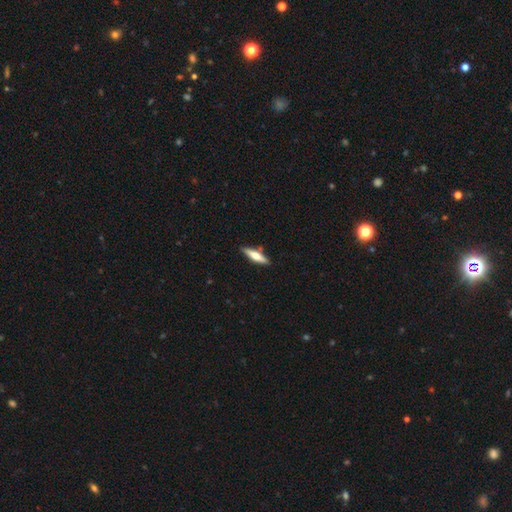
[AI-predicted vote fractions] Smooth or featured?
  - smooth: 48% *
  - featured or disk: 46%
  - star or artifact: 6%
Merging?
  - none: 85% *
  - minor disturbance: 10%
  - merger: 3%
  - major disturbance: 2%